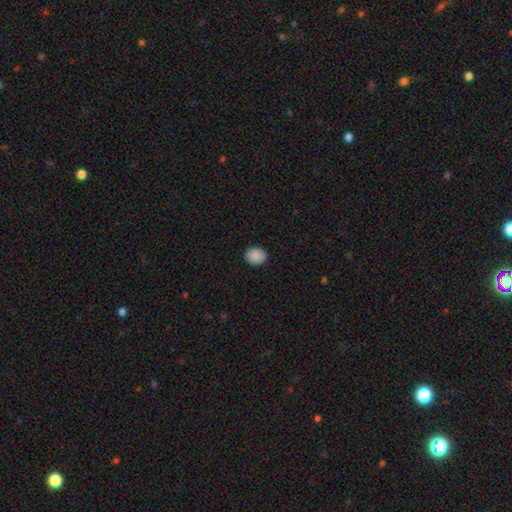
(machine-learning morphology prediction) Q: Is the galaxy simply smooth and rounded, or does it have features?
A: smooth — 89%.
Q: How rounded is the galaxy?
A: round — 60%.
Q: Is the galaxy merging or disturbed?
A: none — 90%.